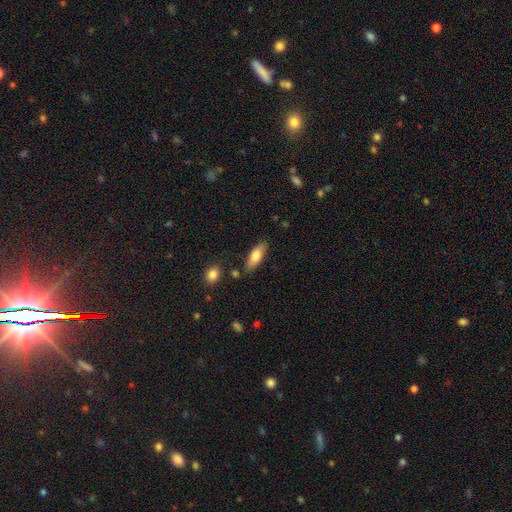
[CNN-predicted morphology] A smooth galaxy with no disk features (76%) that is in between round and cigar-shaped (65%). Merging: none (81%).